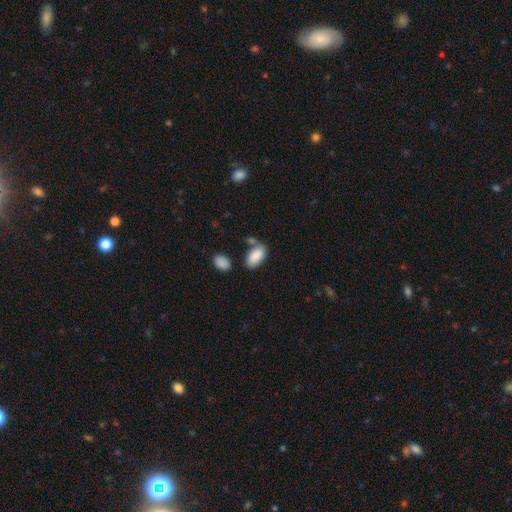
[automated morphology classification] Smooth or featured: smooth — 88% (star or artifact — 7%)
How rounded: in between — 95% (round — 3%)
Merging: none — 65% (minor disturbance — 16%)